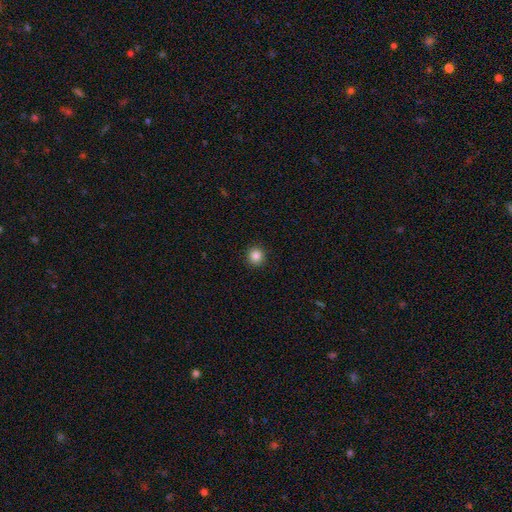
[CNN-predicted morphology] smooth 86%, star or artifact 10%, featured or disk 4%. Down the decision tree: how rounded — round (92%); merging — none (92%).